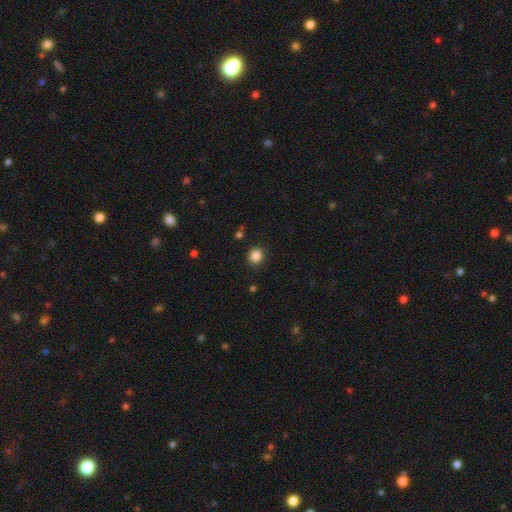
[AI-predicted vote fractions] This appears to be a smooth galaxy with no disk features (86%) that is round (88%). Merging: none (89%).